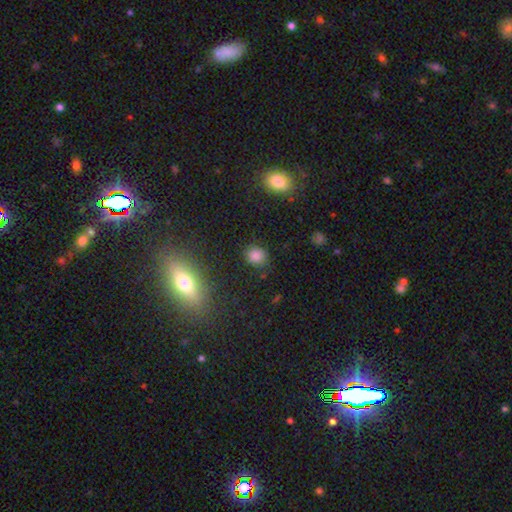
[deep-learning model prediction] smooth-or-featured: smooth: 81% | star or artifact: 14% | featured or disk: 5%
  how-rounded: round: 73% | in between: 26% | cigar-shaped: 1%
  merging: none: 82% | minor disturbance: 12% | major disturbance: 4% | merger: 2%